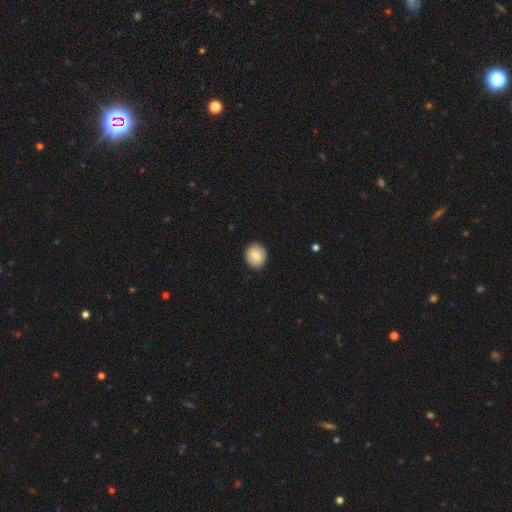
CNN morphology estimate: Smooth or featured? Predicted: smooth (p=0.73). How rounded? Predicted: round (p=0.83). Merging? Predicted: none (p=0.91).